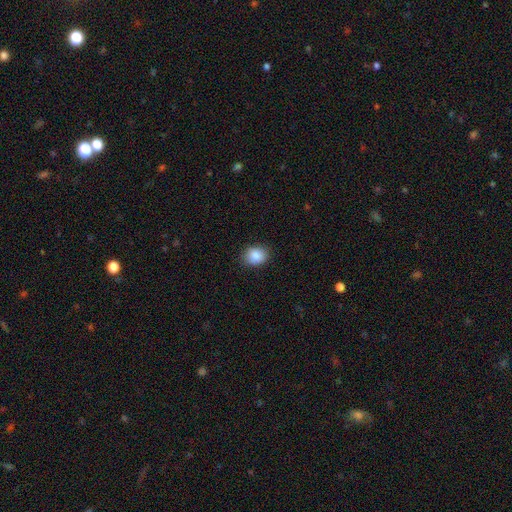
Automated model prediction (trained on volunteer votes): The model was most divided on "how rounded": round: 55%, in between: 45%, cigar-shaped: 1%. More confident: smooth or featured — smooth (87%); merging — none (86%).